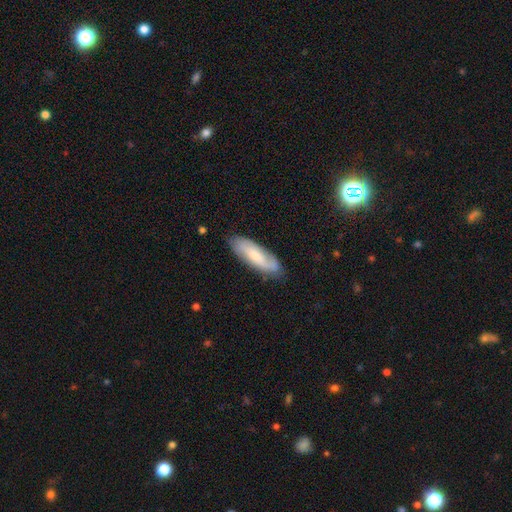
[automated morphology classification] Overall: featured or disk (48%; smooth 46%). Merging: none (78%).